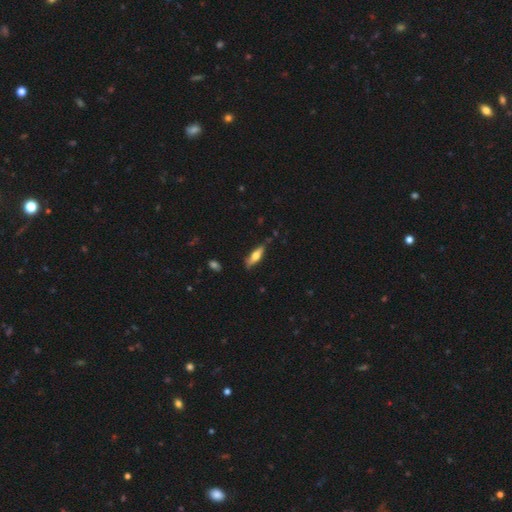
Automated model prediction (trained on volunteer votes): Overall: smooth (52%; featured or disk 42%). How rounded: cigar-shaped (59%; in between 39%). Merging: none (78%).